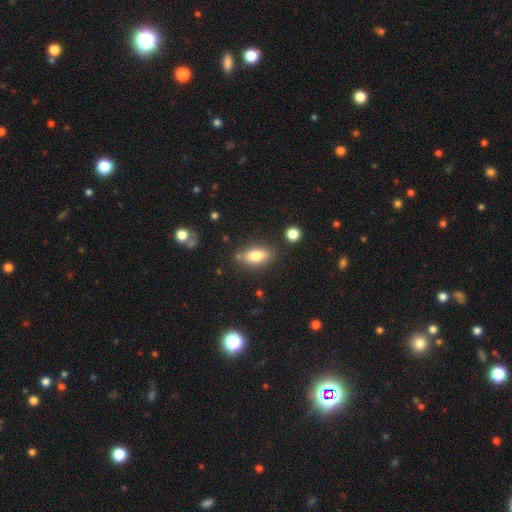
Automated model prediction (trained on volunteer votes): A smooth galaxy with no disk features (77%) that is in between round and cigar-shaped (85%).

Vote fractions:
- Smooth or featured? smooth: 77% / featured or disk: 15% / star or artifact: 8%
- How rounded? in between: 85% / cigar-shaped: 9% / round: 7%
- Merging? none: 80% / minor disturbance: 12% / merger: 4% / major disturbance: 3%